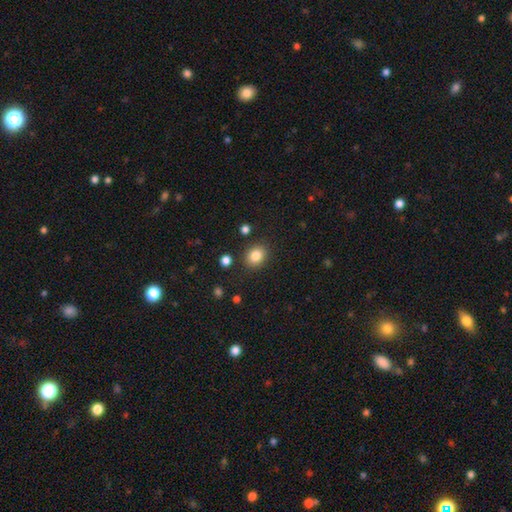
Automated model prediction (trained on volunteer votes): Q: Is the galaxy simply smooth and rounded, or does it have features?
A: smooth — 83%.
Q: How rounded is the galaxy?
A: round — 57%.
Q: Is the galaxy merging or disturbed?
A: none — 86%.